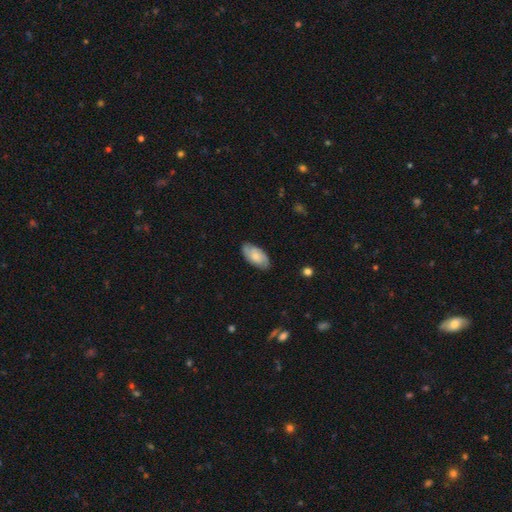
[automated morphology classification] This is possibly a smooth galaxy (55%). How rounded: clearly in between (94%). Merging: likely none (80%).